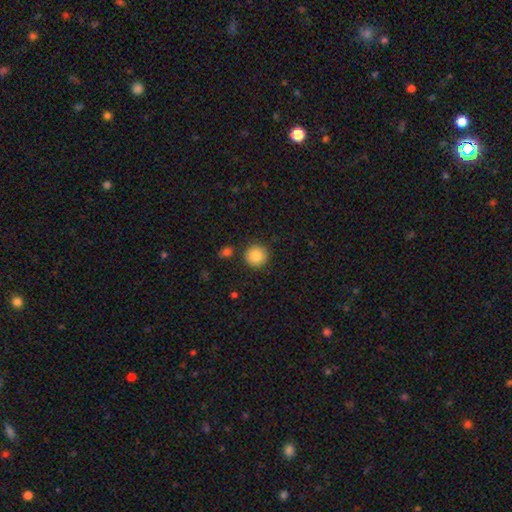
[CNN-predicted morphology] smooth-or-featured: smooth: 86% | star or artifact: 8% | featured or disk: 6%
  how-rounded: round: 95% | in between: 5% | cigar-shaped: 1%
  merging: none: 88% | minor disturbance: 7% | merger: 3% | major disturbance: 2%